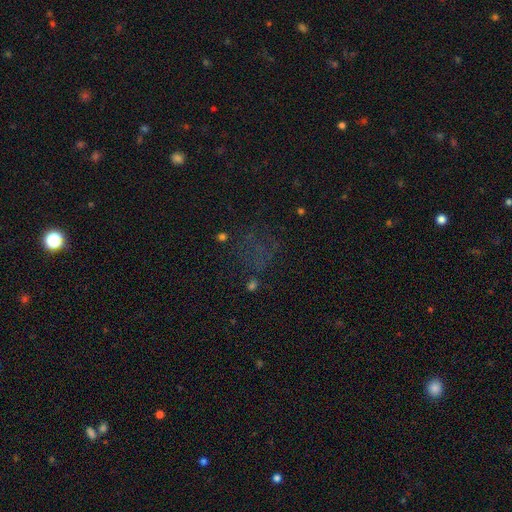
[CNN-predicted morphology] This is possibly a star or artifact rather than a galaxy (49%).